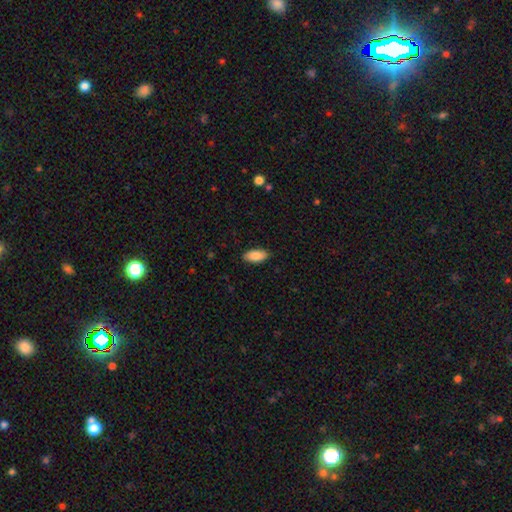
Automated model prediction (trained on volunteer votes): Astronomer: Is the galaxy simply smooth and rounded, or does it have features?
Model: smooth — 88%.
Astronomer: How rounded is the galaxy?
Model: in between — 90%.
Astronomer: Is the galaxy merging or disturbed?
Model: none — 88%.